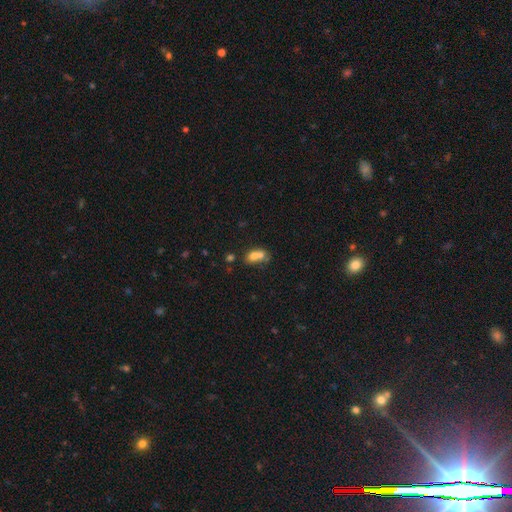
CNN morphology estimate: smooth-or-featured: smooth: 68% | featured or disk: 20% | star or artifact: 12%
  how-rounded: in between: 57% | round: 41% | cigar-shaped: 2%
  merging: merger: 65% | none: 23% | minor disturbance: 7% | major disturbance: 4%